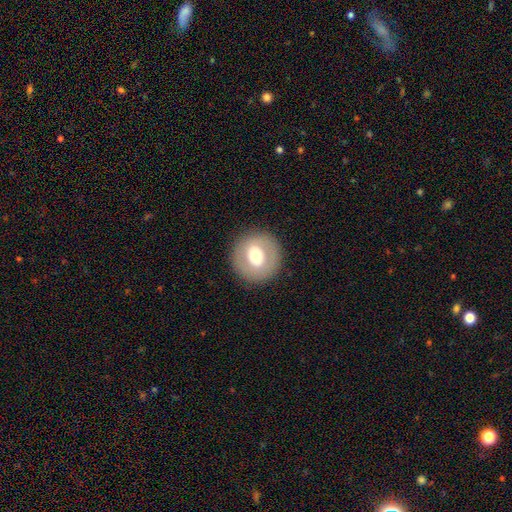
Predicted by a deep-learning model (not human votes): Smooth or featured: smooth — 58% (featured or disk — 34%)
How rounded: round — 91% (in between — 8%)
Merging: none — 88% (minor disturbance — 7%)